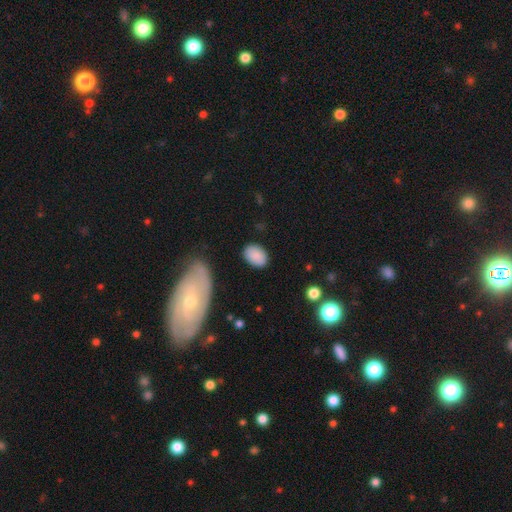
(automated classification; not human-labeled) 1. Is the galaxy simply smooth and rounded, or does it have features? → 88% smooth, 7% star or artifact, 6% featured or disk.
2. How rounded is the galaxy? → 85% in between, 14% round, 1% cigar-shaped.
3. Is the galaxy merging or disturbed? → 84% none, 11% minor disturbance, 3% major disturbance, 2% merger.